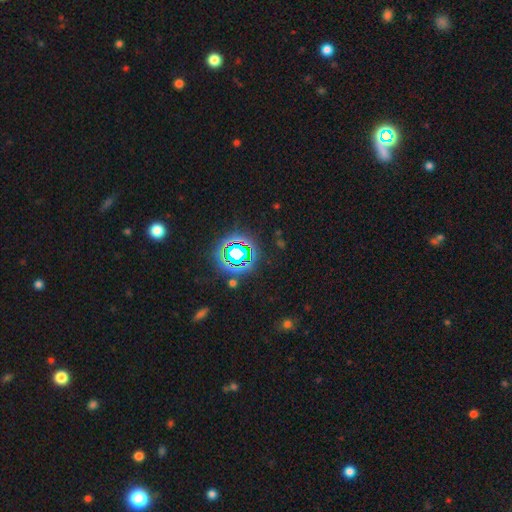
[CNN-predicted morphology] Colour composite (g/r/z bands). It shows a star or artifact, not a galaxy (74%).